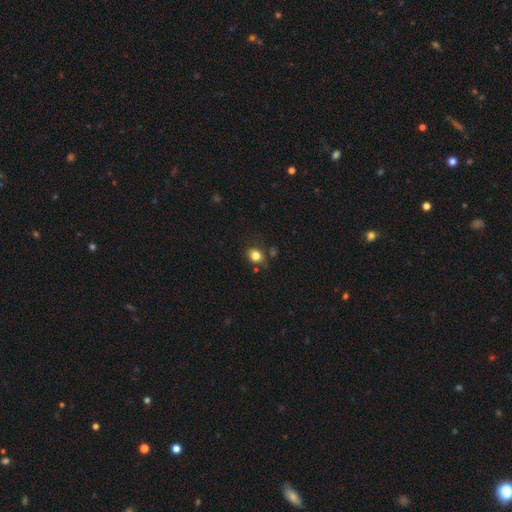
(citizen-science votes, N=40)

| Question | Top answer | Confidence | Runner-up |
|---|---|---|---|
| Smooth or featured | smooth | 78% | star or artifact (12%) |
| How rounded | round | 58% | in between (42%) |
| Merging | none | 74% | minor disturbance (20%) |